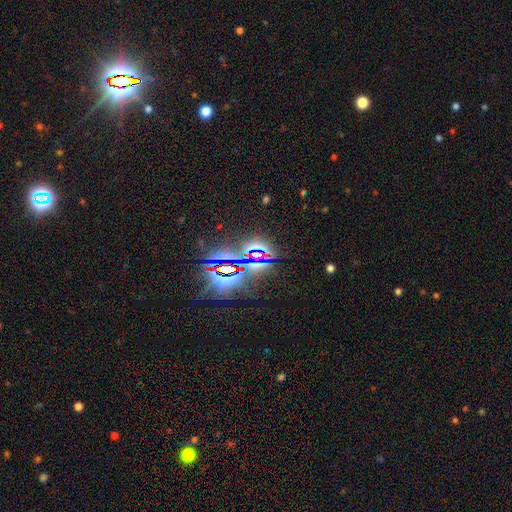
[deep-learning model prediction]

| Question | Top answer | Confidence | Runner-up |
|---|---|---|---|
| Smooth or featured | star or artifact | 81% | smooth (11%) |